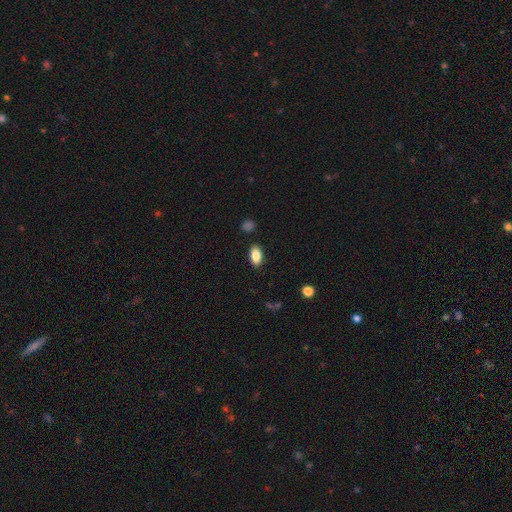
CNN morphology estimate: This appears to be a smooth galaxy with no disk features (85%) that is in between round and cigar-shaped (91%). Merging: none (87%).